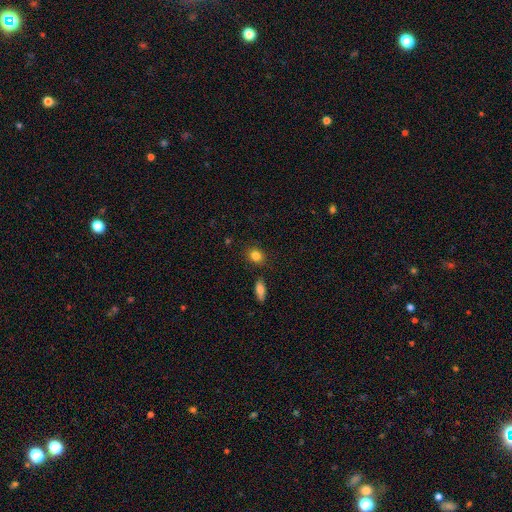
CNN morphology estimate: Smooth or featured: smooth — 84% (star or artifact — 10%)
How rounded: round — 58% (in between — 40%)
Merging: none — 83% (minor disturbance — 10%)